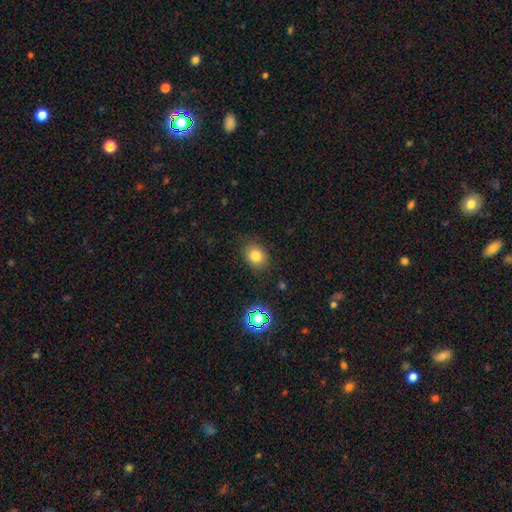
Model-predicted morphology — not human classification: The model was most divided on "how rounded": round: 58%, in between: 41%, cigar-shaped: 1%. More confident: merging — none (84%); smooth or featured — smooth (80%).